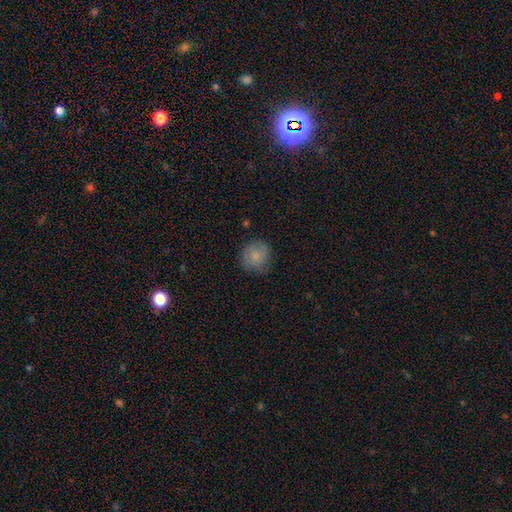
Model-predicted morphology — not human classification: smooth_or_featured: smooth (p=0.80) [alt: featured or disk p=0.12]
how_rounded: round (p=0.89) [alt: in between p=0.10]
merging: none (p=0.76) [alt: minor disturbance p=0.18]